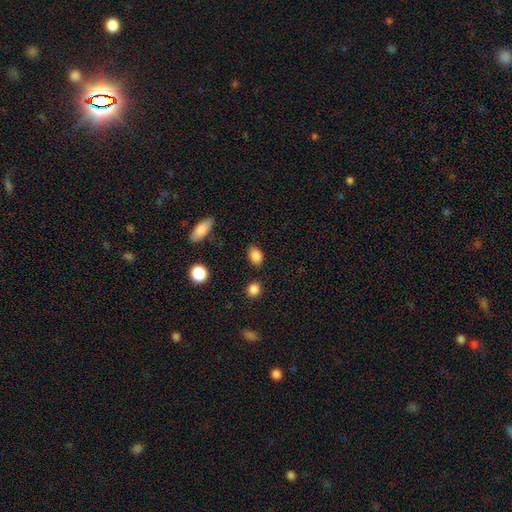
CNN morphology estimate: A smooth galaxy with no disk features (87%) that is in between round and cigar-shaped (78%).

Vote fractions:
- Smooth or featured? smooth: 87% / star or artifact: 9% / featured or disk: 4%
- How rounded? in between: 78% / round: 20% / cigar-shaped: 2%
- Merging? none: 83% / minor disturbance: 11% / major disturbance: 3% / merger: 3%